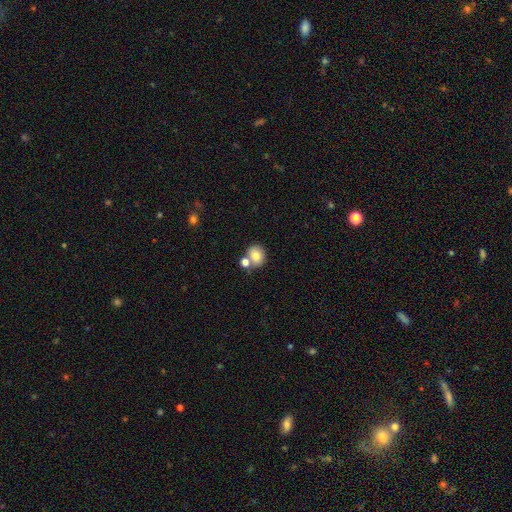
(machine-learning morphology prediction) A smooth galaxy with no disk features (76%) that is round (73%).

Vote fractions:
- Smooth or featured? smooth: 76% / featured or disk: 14% / star or artifact: 10%
- How rounded? round: 73% / in between: 26% / cigar-shaped: 1%
- Merging? none: 55% / merger: 32% / minor disturbance: 10% / major disturbance: 3%